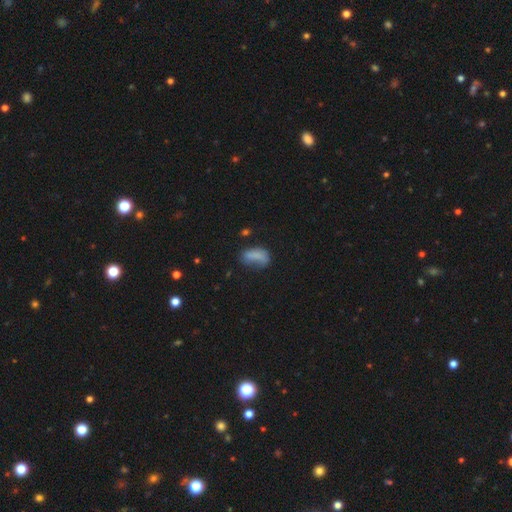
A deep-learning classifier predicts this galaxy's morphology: Smooth or featured?
  - smooth: 75% *
  - featured or disk: 15%
  - star or artifact: 10%
How rounded?
  - in between: 88% *
  - round: 7%
  - cigar-shaped: 5%
Merging?
  - none: 38% *
  - minor disturbance: 30%
  - major disturbance: 26%
  - merger: 7%